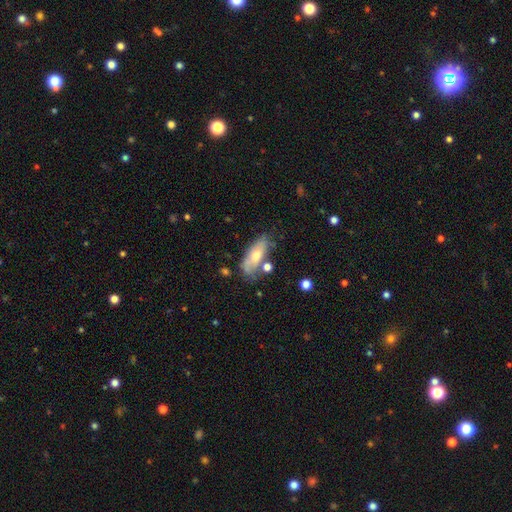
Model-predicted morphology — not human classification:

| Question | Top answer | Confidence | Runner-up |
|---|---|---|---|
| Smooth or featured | smooth | 59% | featured or disk (33%) |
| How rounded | in between | 74% | cigar-shaped (23%) |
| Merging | none | 53% | minor disturbance (26%) |